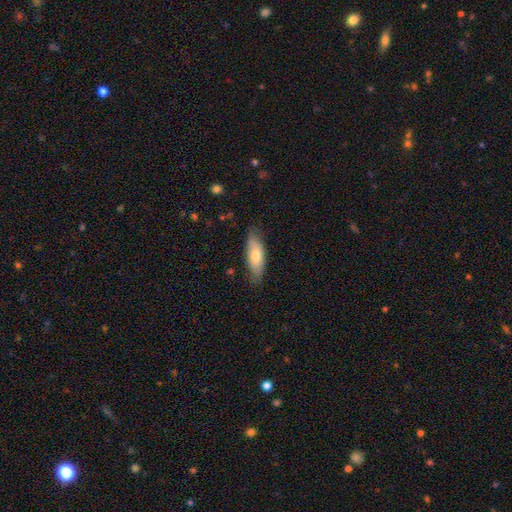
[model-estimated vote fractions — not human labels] Morphology: type=smooth (71%); roundness=in between (64%); merging=none (78%).